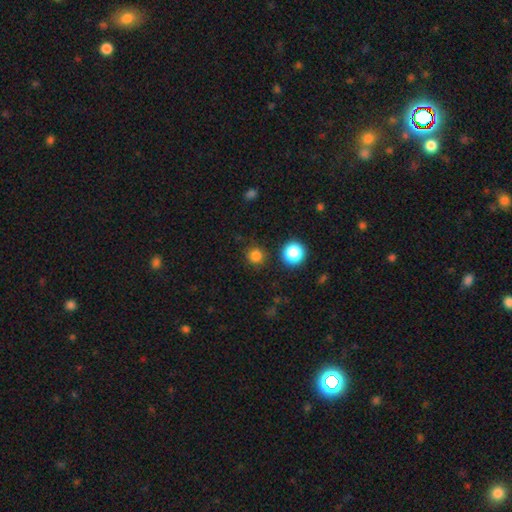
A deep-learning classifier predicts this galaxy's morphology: Q: Smooth or featured?
A: smooth (79%); runner-up: star or artifact (17%)
Q: How rounded?
A: round (94%); runner-up: in between (5%)
Q: Merging?
A: none (87%); runner-up: minor disturbance (8%)